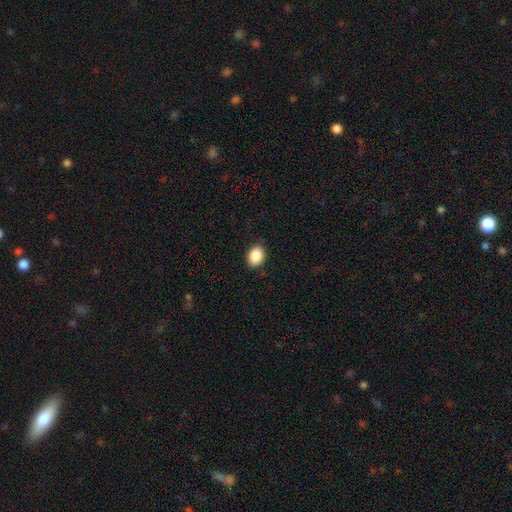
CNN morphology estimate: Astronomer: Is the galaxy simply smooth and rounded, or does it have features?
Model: smooth — 89%.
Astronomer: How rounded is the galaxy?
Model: in between — 71%.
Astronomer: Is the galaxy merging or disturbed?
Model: none — 87%.